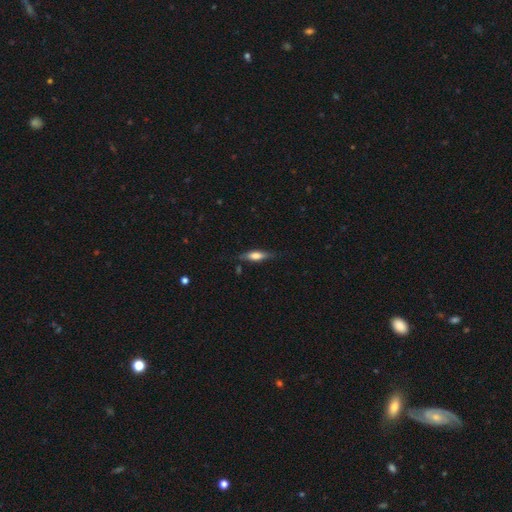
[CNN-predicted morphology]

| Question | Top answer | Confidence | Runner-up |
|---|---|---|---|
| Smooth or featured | featured or disk | 47% | smooth (46%) |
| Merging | none | 79% | minor disturbance (15%) |